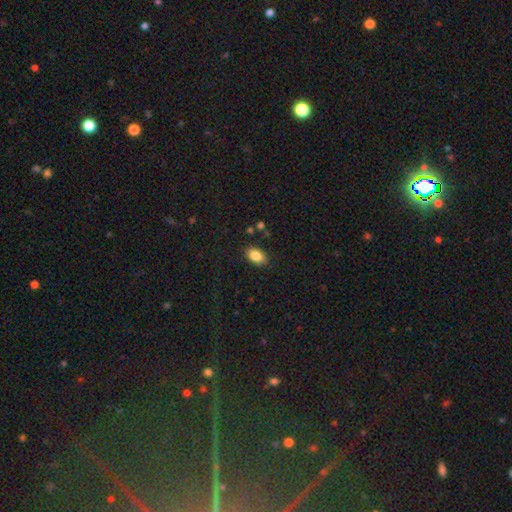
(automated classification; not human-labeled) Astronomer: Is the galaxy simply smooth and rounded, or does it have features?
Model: smooth — 85%.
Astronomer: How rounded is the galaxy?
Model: in between — 89%.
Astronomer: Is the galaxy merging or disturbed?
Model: none — 85%.